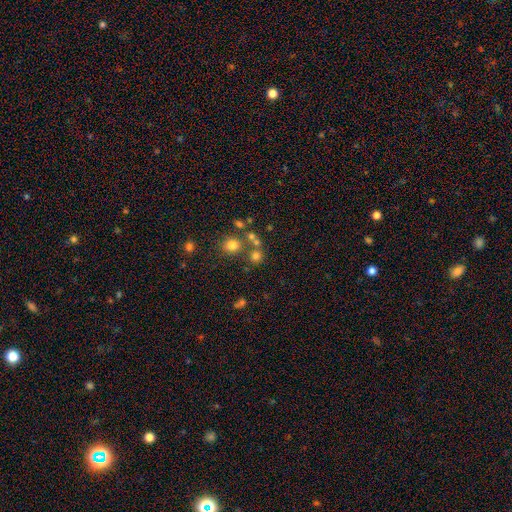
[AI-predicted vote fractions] smooth_or_featured: smooth (p=0.70) [alt: star or artifact p=0.19]
how_rounded: round (p=0.88) [alt: in between p=0.11]
merging: none (p=0.64) [alt: merger p=0.24]